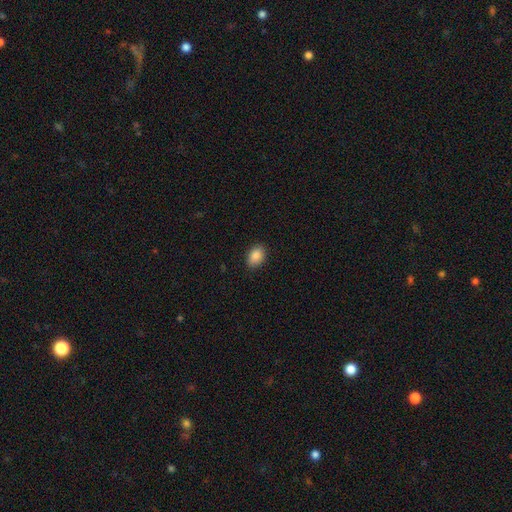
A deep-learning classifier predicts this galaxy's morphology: The model was most divided on "how rounded": in between: 83%, round: 16%, cigar-shaped: 1%. More confident: smooth or featured — smooth (88%); merging — none (87%).